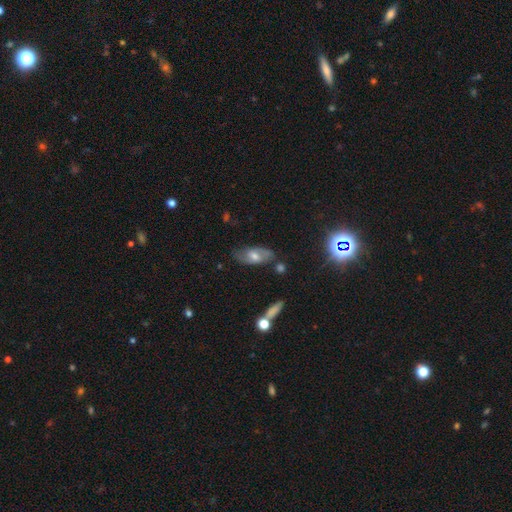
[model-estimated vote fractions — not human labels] Smooth or featured?
  - featured or disk: 48% *
  - smooth: 36%
  - star or artifact: 16%
Merging?
  - none: 72% *
  - minor disturbance: 18%
  - major disturbance: 5%
  - merger: 4%